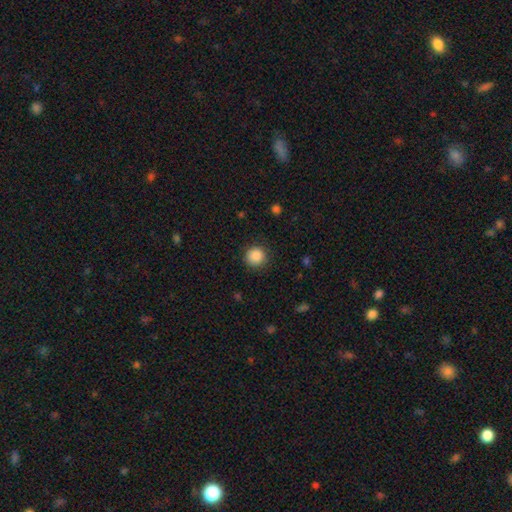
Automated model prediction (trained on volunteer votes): Smooth or featured?
  - smooth: 86% *
  - star or artifact: 10%
  - featured or disk: 4%
How rounded?
  - round: 94% *
  - in between: 5%
  - cigar-shaped: 1%
Merging?
  - none: 89% *
  - minor disturbance: 8%
  - major disturbance: 3%
  - merger: 1%